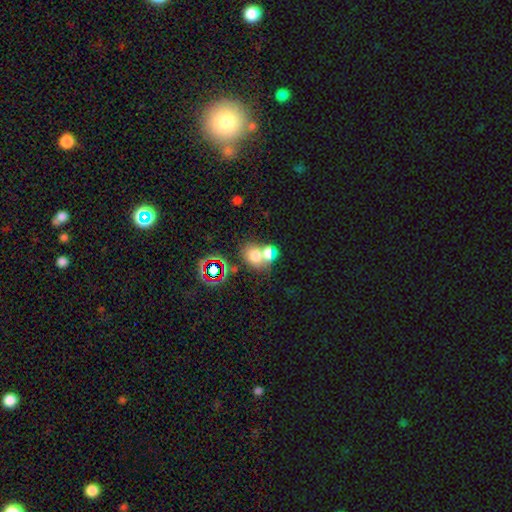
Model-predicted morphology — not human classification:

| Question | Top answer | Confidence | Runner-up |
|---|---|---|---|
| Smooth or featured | smooth | 65% | star or artifact (20%) |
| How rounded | round | 58% | in between (41%) |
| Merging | merger | 51% | none (36%) |